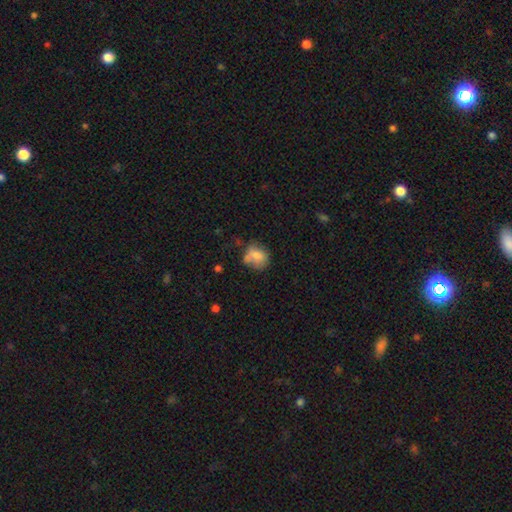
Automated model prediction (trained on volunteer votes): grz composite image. It shows a smooth galaxy with no disk features (73%) that is round (59%). Merging: none (42%).